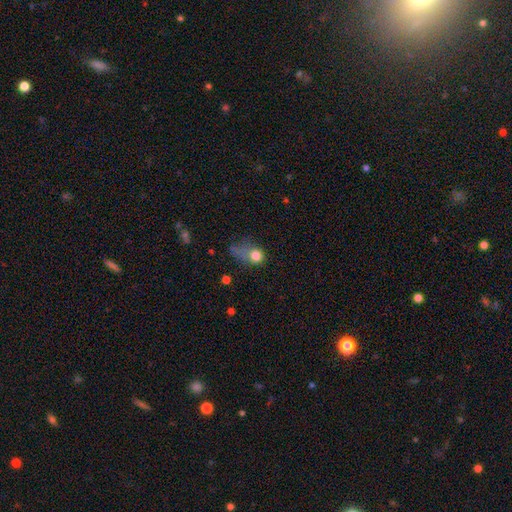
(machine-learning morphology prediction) Overall: smooth (74%). How rounded: round (61%; in between 37%). Merging: major disturbance (46%; none 23%).